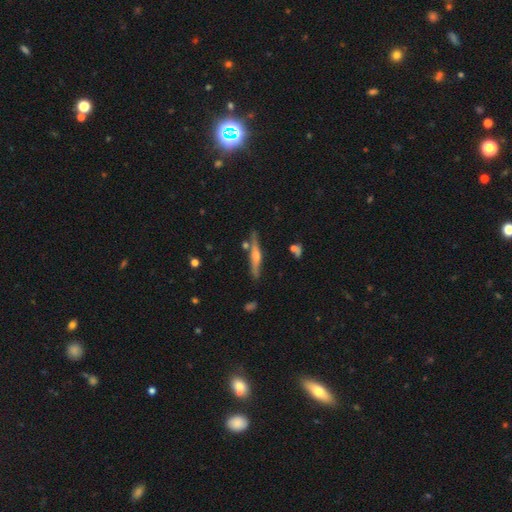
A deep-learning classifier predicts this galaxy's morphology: type=featured or disk (68%); edge-on=yes (96%); edge-on bulge=rounded (80%); merging=none (82%).